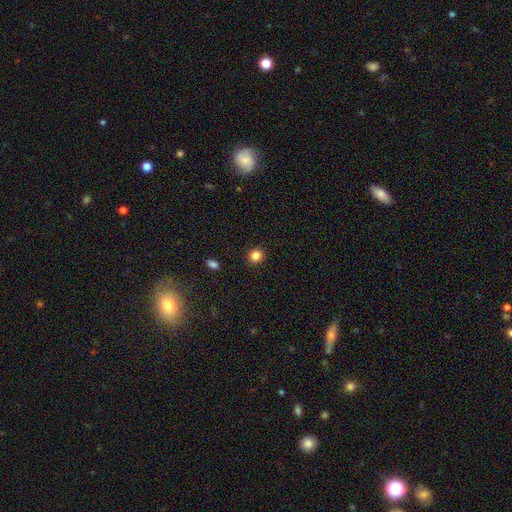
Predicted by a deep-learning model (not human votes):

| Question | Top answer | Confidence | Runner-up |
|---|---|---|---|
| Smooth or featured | smooth | 84% | star or artifact (12%) |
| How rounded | round | 90% | in between (9%) |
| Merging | none | 92% | minor disturbance (5%) |